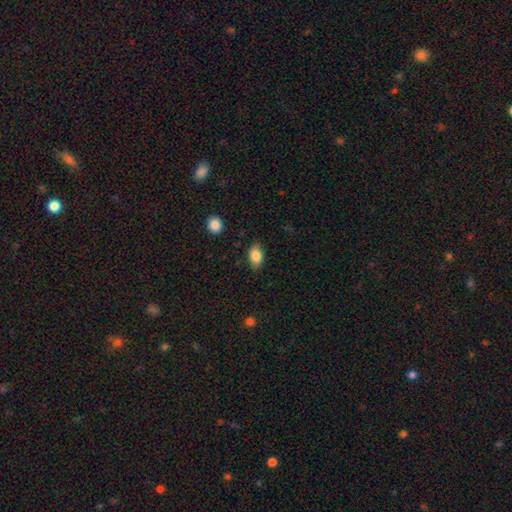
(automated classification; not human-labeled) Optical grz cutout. It shows a smooth galaxy with no disk features (86%) that is in between round and cigar-shaped (86%). Merging: none (82%).